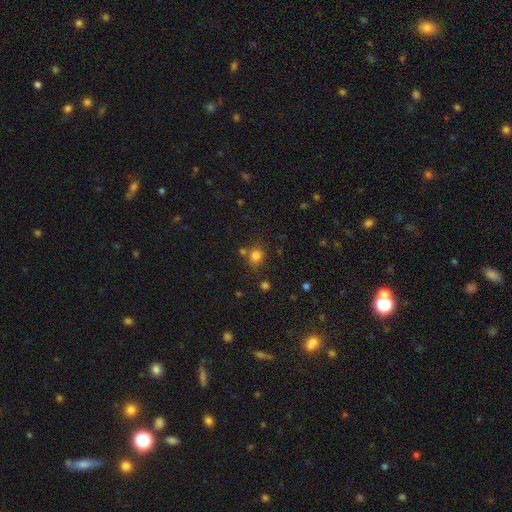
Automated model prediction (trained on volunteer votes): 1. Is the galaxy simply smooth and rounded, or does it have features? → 79% smooth, 15% star or artifact, 6% featured or disk.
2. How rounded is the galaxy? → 69% round, 30% in between, 1% cigar-shaped.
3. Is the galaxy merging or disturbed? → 71% none, 13% minor disturbance, 12% merger, 4% major disturbance.